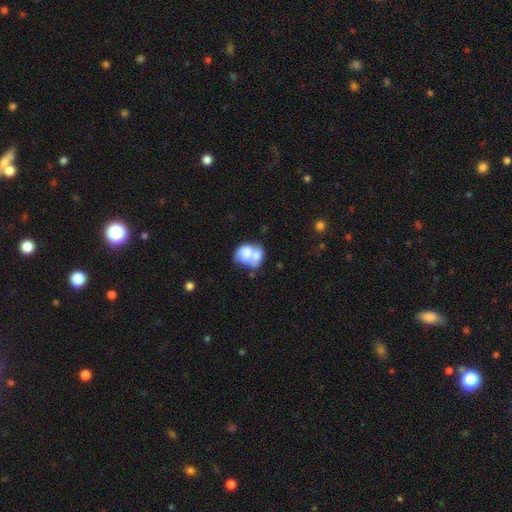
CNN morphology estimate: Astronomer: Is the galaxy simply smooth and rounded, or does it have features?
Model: smooth — 66%.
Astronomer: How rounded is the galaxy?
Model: in between — 58% (runner-up: round, 41%).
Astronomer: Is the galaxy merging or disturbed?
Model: merger — 71%.